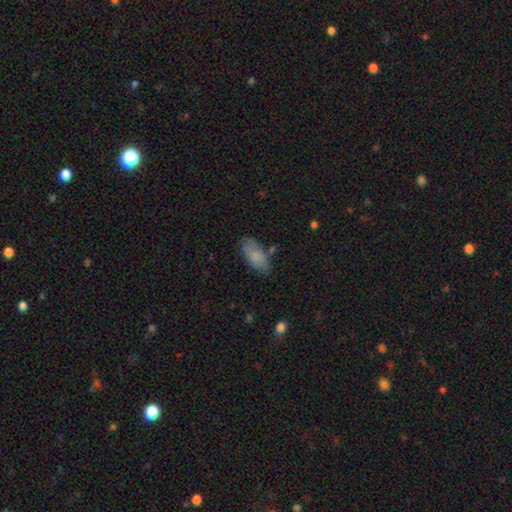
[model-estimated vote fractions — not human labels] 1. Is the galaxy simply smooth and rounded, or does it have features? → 77% smooth, 16% featured or disk, 7% star or artifact.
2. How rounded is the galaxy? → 88% in between, 10% cigar-shaped, 2% round.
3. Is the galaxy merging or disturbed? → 71% none, 20% minor disturbance, 5% major disturbance, 4% merger.